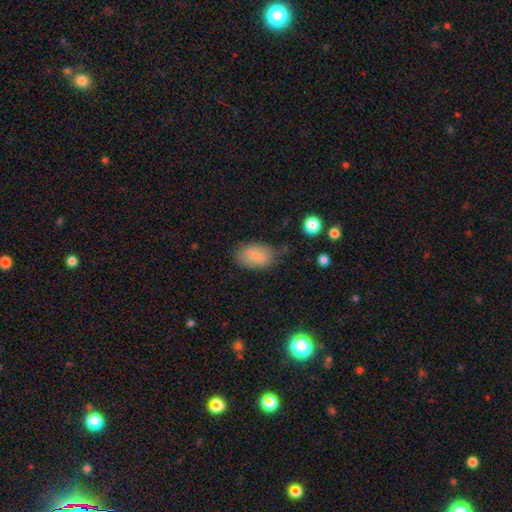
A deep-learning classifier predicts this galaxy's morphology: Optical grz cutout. It shows a smooth galaxy with no disk features (78%) that is in between round and cigar-shaped (89%). Merging: none (71%).